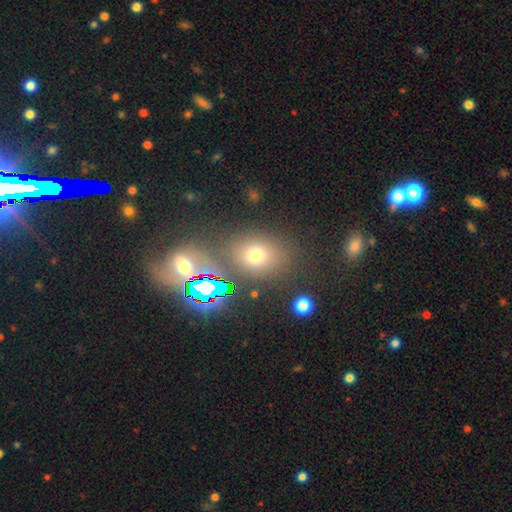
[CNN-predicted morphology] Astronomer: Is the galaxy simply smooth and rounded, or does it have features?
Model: smooth — 65%.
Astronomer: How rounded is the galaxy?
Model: round — 50% (runner-up: in between, 49%).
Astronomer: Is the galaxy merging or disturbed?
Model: none — 74%.